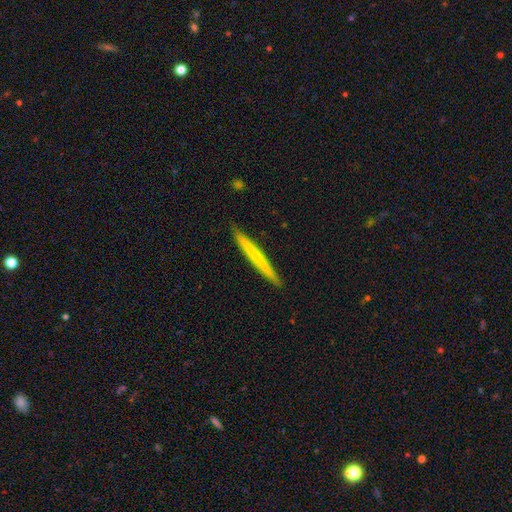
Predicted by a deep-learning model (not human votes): Smooth or featured? Predicted: smooth (p=0.57). How rounded? Predicted: cigar-shaped (p=0.97). Merging? Predicted: none (p=0.92).